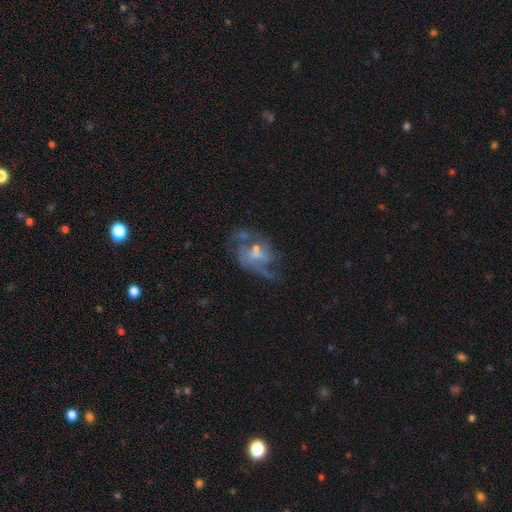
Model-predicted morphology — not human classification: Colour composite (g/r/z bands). It shows a featured or disk galaxy (72%) with no bar (61%), 2 (39%) medium (43%) spiral arms (74%) and a small central bulge (49%). Merging: none (46%).